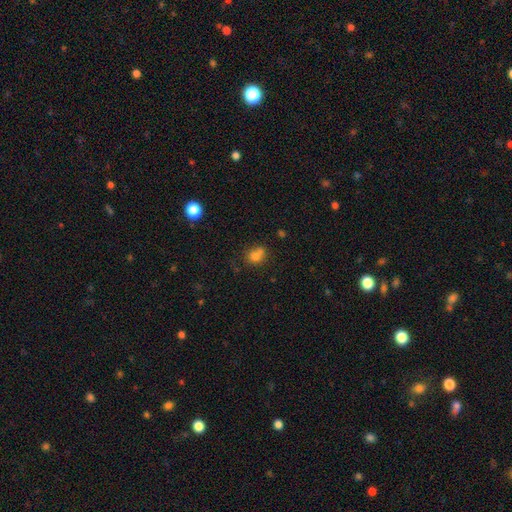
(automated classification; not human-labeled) smooth_or_featured: smooth (p=0.75) [alt: star or artifact p=0.14]
how_rounded: round (p=0.70) [alt: in between p=0.29]
merging: none (p=0.45) [alt: merger p=0.34]